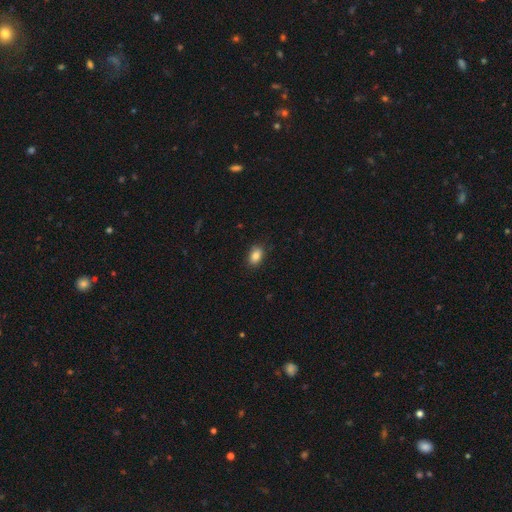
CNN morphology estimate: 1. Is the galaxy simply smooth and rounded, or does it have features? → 85% smooth, 9% star or artifact, 6% featured or disk.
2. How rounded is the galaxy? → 83% in between, 16% round, 1% cigar-shaped.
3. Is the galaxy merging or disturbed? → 87% none, 10% minor disturbance, 2% major disturbance, 1% merger.